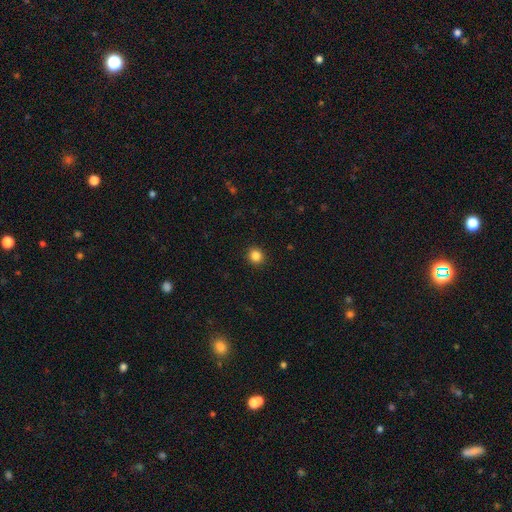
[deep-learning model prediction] smooth-or-featured: smooth: 85% | star or artifact: 11% | featured or disk: 4%
  how-rounded: round: 88% | in between: 11% | cigar-shaped: 1%
  merging: none: 93% | minor disturbance: 5% | major disturbance: 2% | merger: 1%